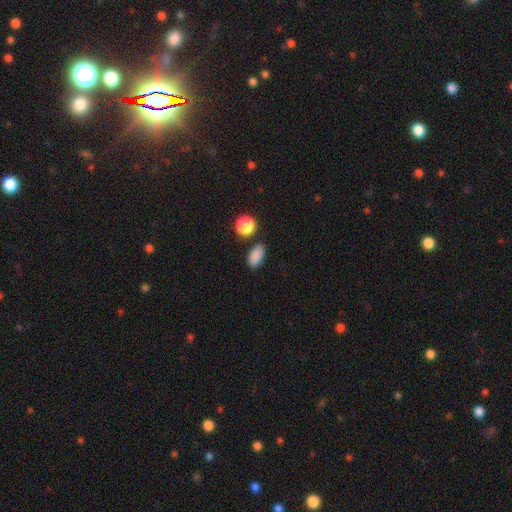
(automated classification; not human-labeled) smooth-or-featured: smooth: 86% | star or artifact: 10% | featured or disk: 4%
  how-rounded: in between: 88% | round: 8% | cigar-shaped: 3%
  merging: none: 79% | minor disturbance: 12% | merger: 6% | major disturbance: 3%